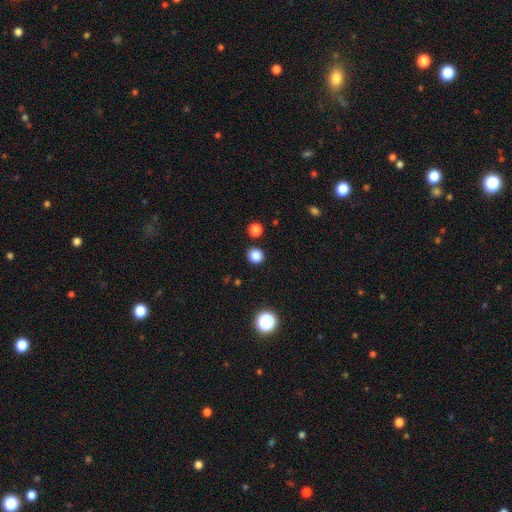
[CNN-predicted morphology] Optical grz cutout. It shows a smooth galaxy with no disk features (84%) that is round (92%). Merging: none (89%).